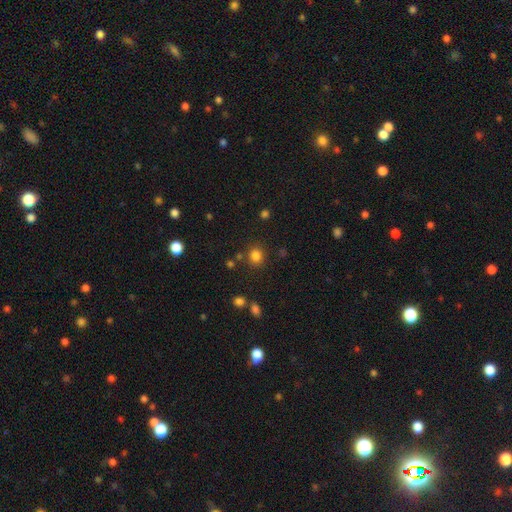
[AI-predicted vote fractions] A smooth galaxy with no disk features (81%) that is round (84%). Merging: none (83%).